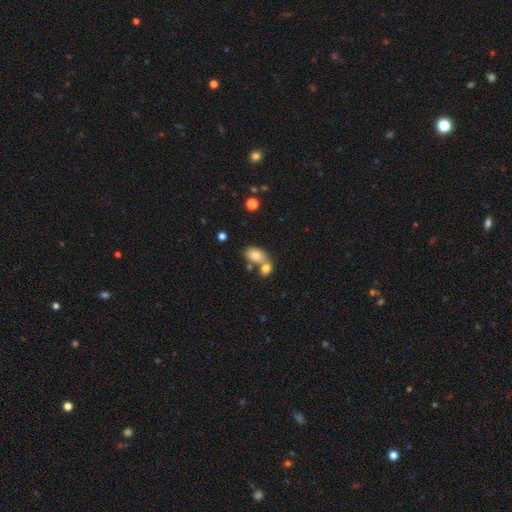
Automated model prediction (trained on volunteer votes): A smooth galaxy with no disk features (77%) that is in between round and cigar-shaped (83%). Merging: merger (53%).